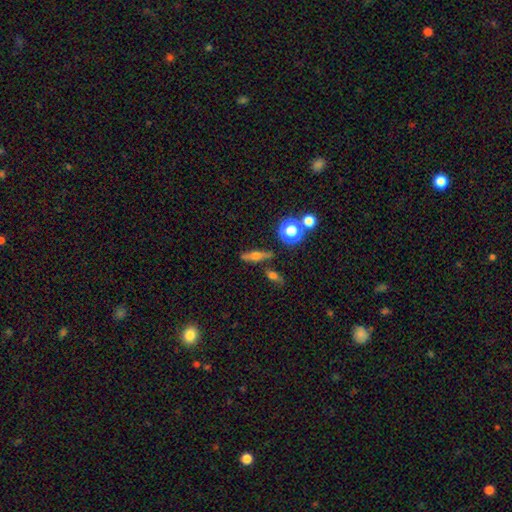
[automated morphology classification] type=featured or disk (49%); merging=none (78%).